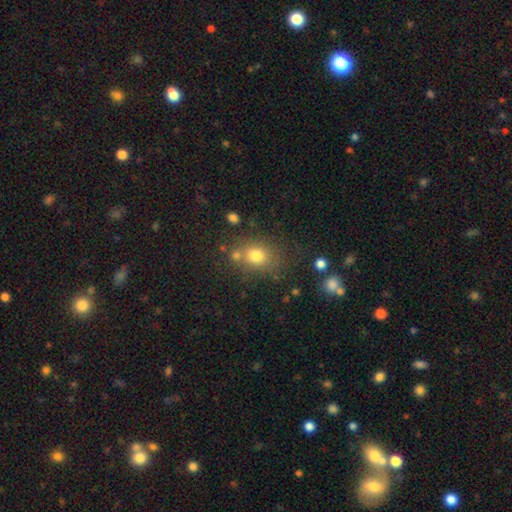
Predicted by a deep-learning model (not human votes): smooth-or-featured: smooth: 75% | star or artifact: 14% | featured or disk: 11%
  how-rounded: round: 58% | in between: 41% | cigar-shaped: 1%
  merging: none: 67% | minor disturbance: 14% | merger: 13% | major disturbance: 6%